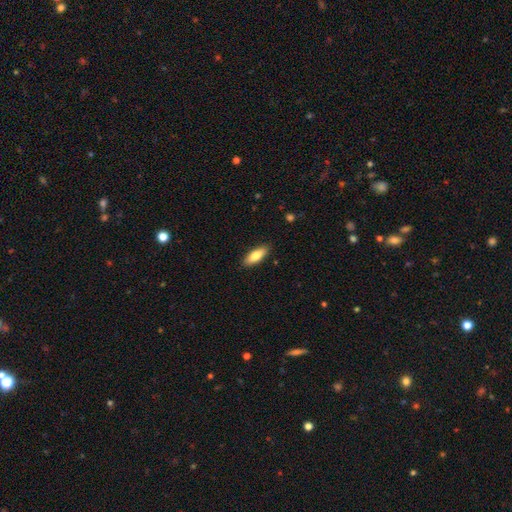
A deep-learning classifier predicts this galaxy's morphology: A smooth galaxy with no disk features (78%) that is in between round and cigar-shaped (71%). Merging: none (89%).